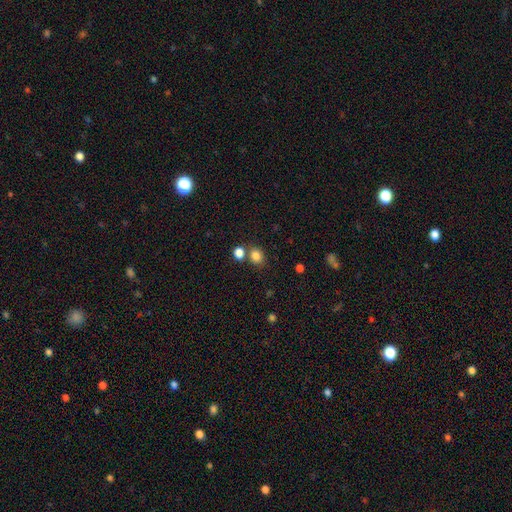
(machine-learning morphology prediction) A smooth galaxy with no disk features (83%) that is round (69%). Merging: none (67%).